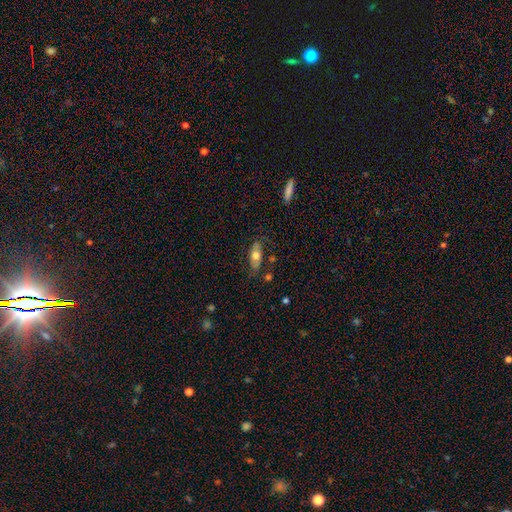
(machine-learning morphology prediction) Smooth or featured?
  - smooth: 61% *
  - featured or disk: 33%
  - star or artifact: 7%
How rounded?
  - in between: 82% *
  - cigar-shaped: 14%
  - round: 4%
Merging?
  - none: 73% *
  - minor disturbance: 18%
  - major disturbance: 6%
  - merger: 3%